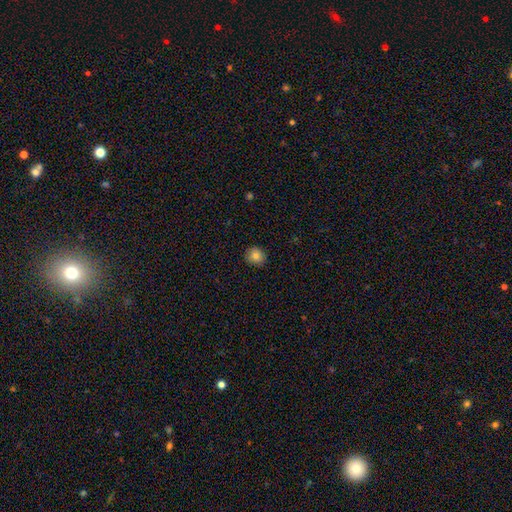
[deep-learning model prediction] Smooth or featured? smooth (82%)
How rounded? round (80%)
Merging? none (88%)